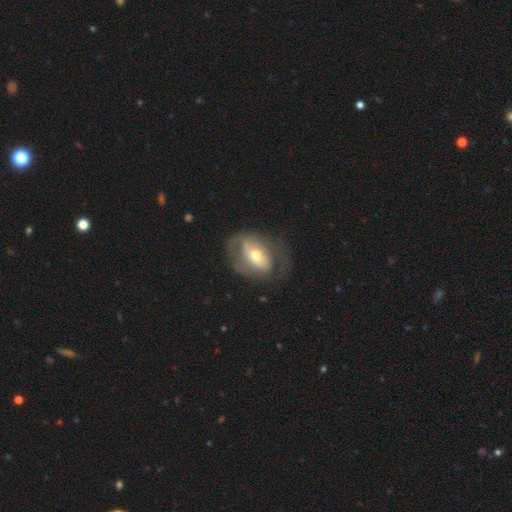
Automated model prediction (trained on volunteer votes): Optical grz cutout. It shows a featured or disk galaxy (60%) with no bar (45%), spiral arms (55%) and a moderate central bulge (65%). Merging: none (53%).